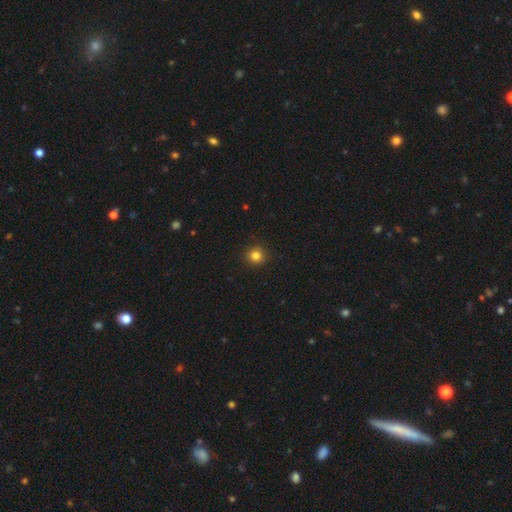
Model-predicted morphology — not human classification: Q: Smooth or featured?
A: smooth (83%); runner-up: star or artifact (12%)
Q: How rounded?
A: round (93%); runner-up: in between (6%)
Q: Merging?
A: none (92%); runner-up: minor disturbance (5%)